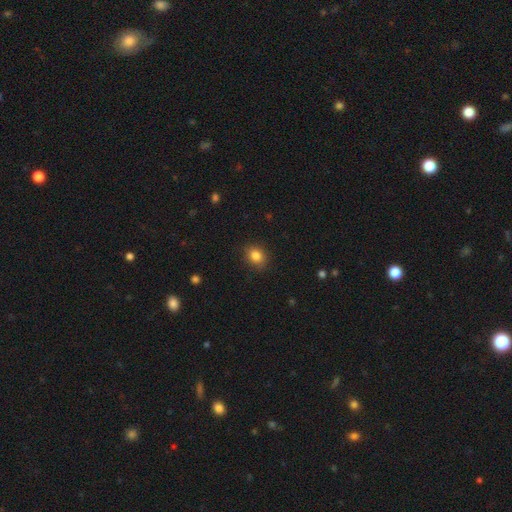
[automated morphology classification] Q: Smooth or featured?
A: smooth (85%); runner-up: star or artifact (10%)
Q: How rounded?
A: round (53%); runner-up: in between (46%)
Q: Merging?
A: none (86%); runner-up: minor disturbance (10%)